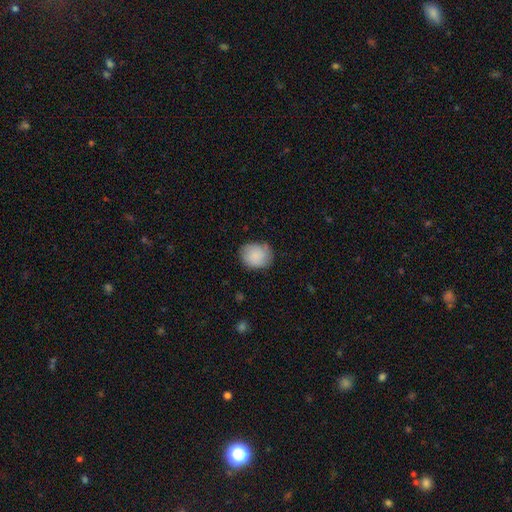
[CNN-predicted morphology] This is clearly a smooth galaxy (84%). How rounded: likely round (62%). Merging: likely none (74%).